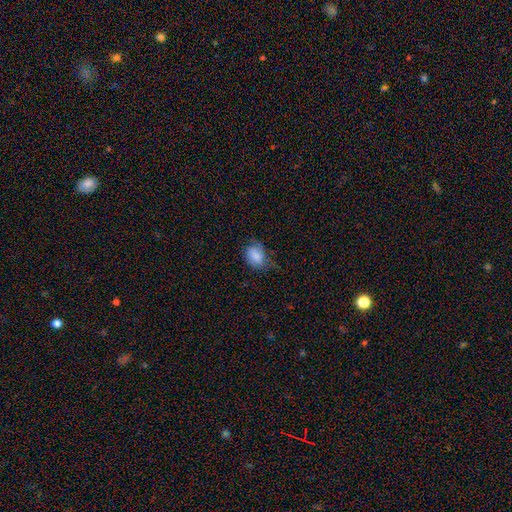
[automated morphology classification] smooth-or-featured: smooth: 73% | featured or disk: 18% | star or artifact: 9%
  how-rounded: in between: 66% | round: 32% | cigar-shaped: 1%
  merging: none: 42% | minor disturbance: 37% | major disturbance: 19% | merger: 2%